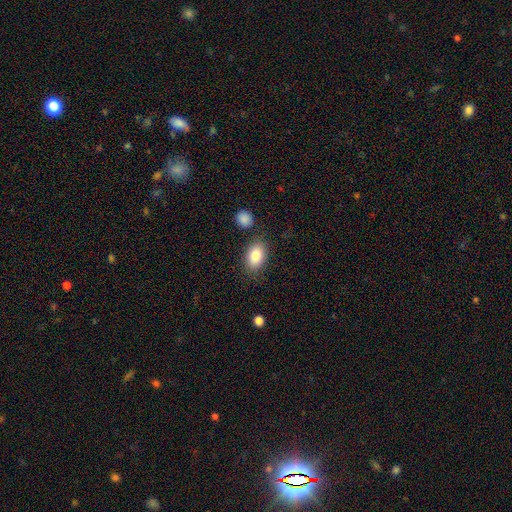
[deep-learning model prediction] This appears to be a smooth galaxy with no disk features (83%) that is in between round and cigar-shaped (87%). Merging: none (79%).